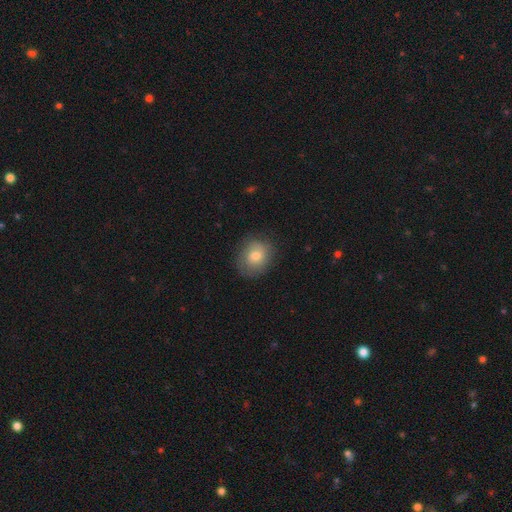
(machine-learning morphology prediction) A smooth galaxy with no disk features (70%) that is round (66%).

Vote fractions:
- Smooth or featured? smooth: 70% / featured or disk: 21% / star or artifact: 9%
- How rounded? round: 66% / in between: 33% / cigar-shaped: 1%
- Merging? none: 77% / minor disturbance: 17% / major disturbance: 5% / merger: 1%